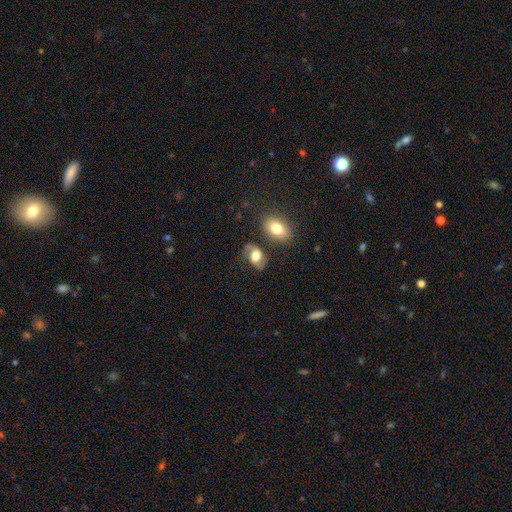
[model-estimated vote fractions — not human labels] Overall: smooth (48%; featured or disk 42%). Merging: none (63%).